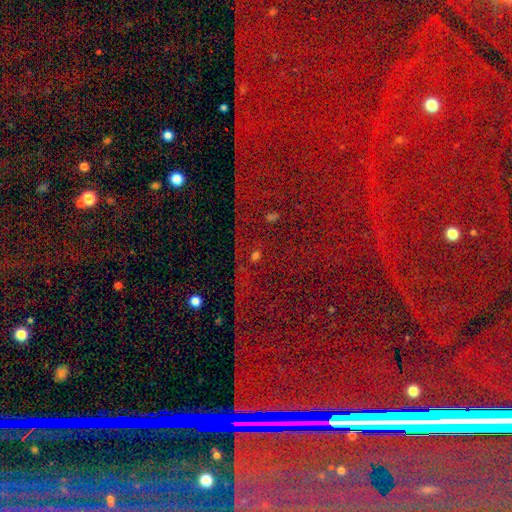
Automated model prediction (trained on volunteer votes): Morphology: type=star or artifact (75%).